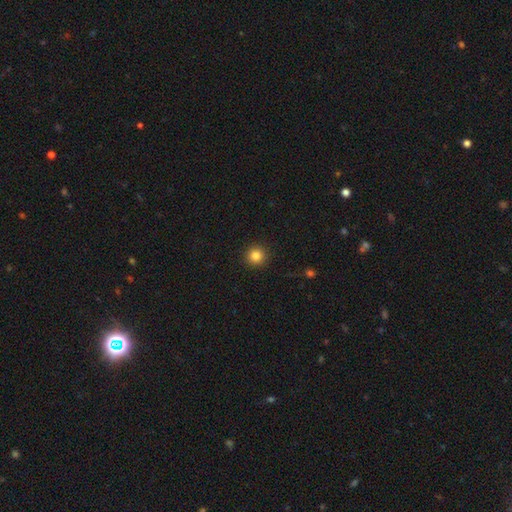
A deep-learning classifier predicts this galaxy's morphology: Q: Smooth or featured?
A: smooth (84%); runner-up: star or artifact (11%)
Q: How rounded?
A: round (95%); runner-up: in between (4%)
Q: Merging?
A: none (92%); runner-up: minor disturbance (5%)